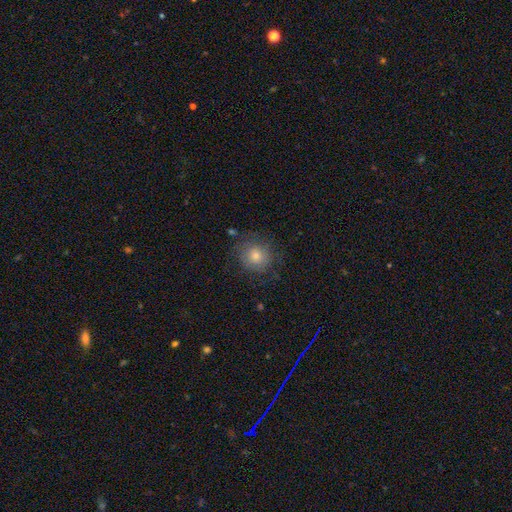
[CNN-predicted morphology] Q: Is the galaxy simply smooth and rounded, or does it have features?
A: smooth — 63%.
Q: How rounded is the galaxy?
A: round — 89%.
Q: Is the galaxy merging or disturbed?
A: none — 77%.